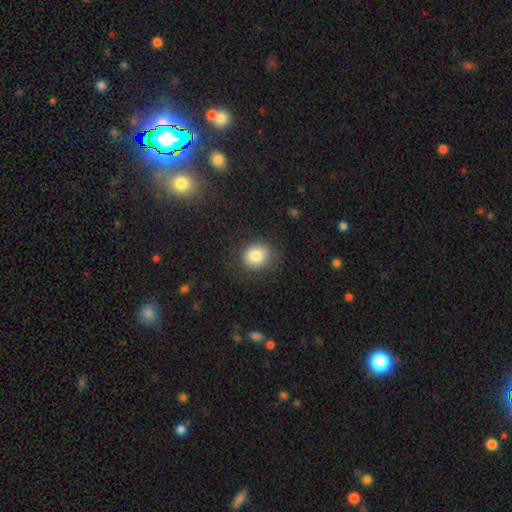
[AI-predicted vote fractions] Morphology: type=smooth (84%); roundness=round (79%); merging=none (82%).